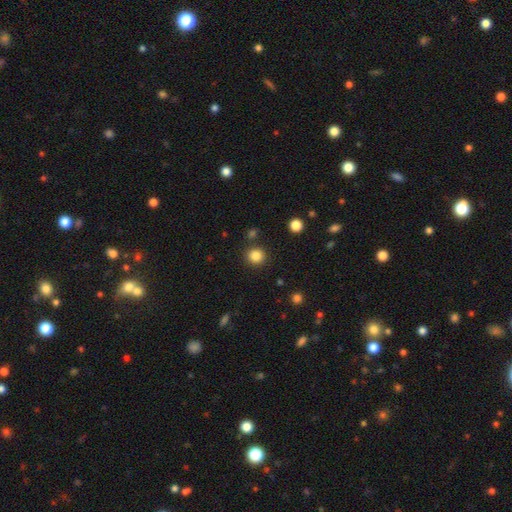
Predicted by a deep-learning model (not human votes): Smooth or featured: smooth — 85% (star or artifact — 12%)
How rounded: round — 92% (in between — 7%)
Merging: none — 88% (minor disturbance — 6%)